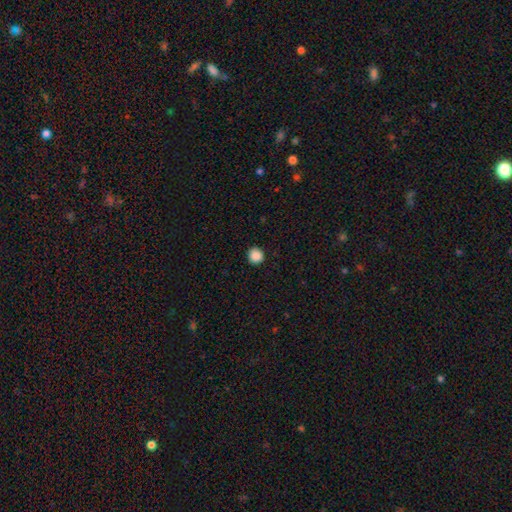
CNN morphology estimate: smooth 88%, star or artifact 10%, featured or disk 2%. Down the decision tree: how rounded — round (94%); merging — none (93%).